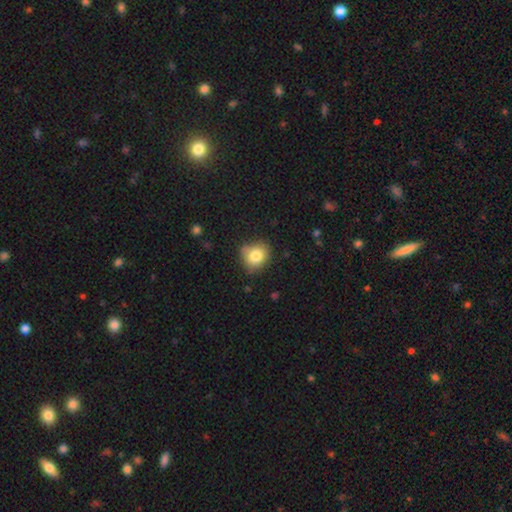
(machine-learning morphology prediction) A smooth galaxy with no disk features (80%) that is round (74%).

Vote fractions:
- Smooth or featured? smooth: 80% / featured or disk: 10% / star or artifact: 10%
- How rounded? round: 74% / in between: 25% / cigar-shaped: 1%
- Merging? none: 73% / minor disturbance: 20% / major disturbance: 4% / merger: 2%